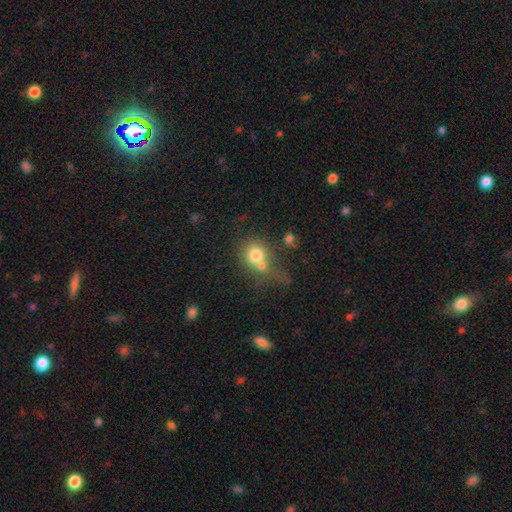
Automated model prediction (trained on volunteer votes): This appears to be a smooth galaxy with no disk features (72%) that is round (78%). Merging: merger (52%).